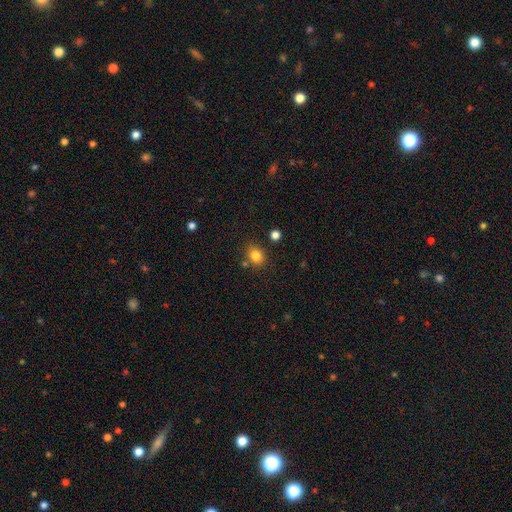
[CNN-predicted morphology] smooth-or-featured: smooth: 83% | star or artifact: 12% | featured or disk: 6%
  how-rounded: round: 62% | in between: 37% | cigar-shaped: 1%
  merging: none: 77% | minor disturbance: 12% | merger: 8% | major disturbance: 4%